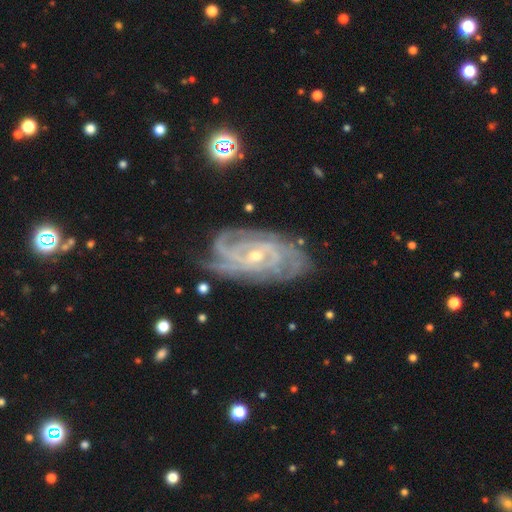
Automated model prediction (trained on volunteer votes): Overall: featured or disk (91%). Edge-on disk: no (96%). Bar: no (52%; weak 34%). Spiral arms: yes (98%). Spiral arm count: 3 (26%; 4 23%). Spiral winding: tight (73%). Bulge size: small (59%; moderate 39%). Merging: none (73%).